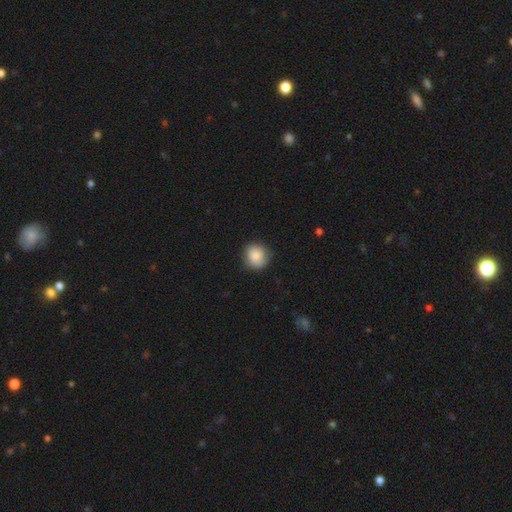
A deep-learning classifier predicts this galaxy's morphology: Smooth or featured? Predicted: smooth (p=0.85). How rounded? Predicted: round (p=0.85). Merging? Predicted: none (p=0.79).